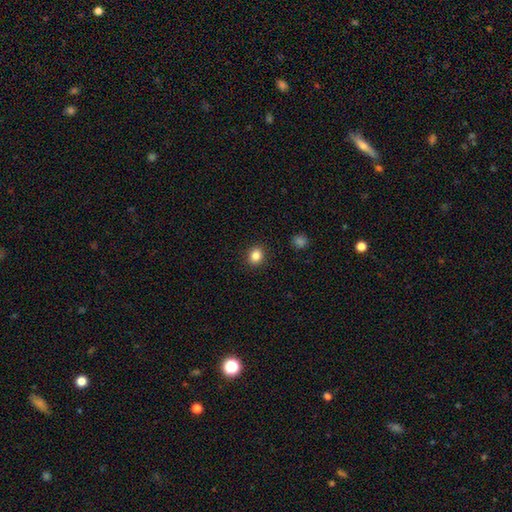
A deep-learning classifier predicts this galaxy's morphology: This is clearly a smooth galaxy (85%). How rounded: likely round (69%). Merging: clearly none (91%).